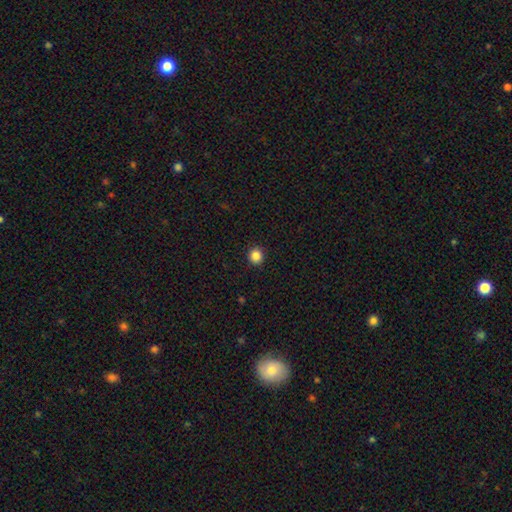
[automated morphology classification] smooth 86%, star or artifact 10%, featured or disk 3%. Down the decision tree: how rounded — round (91%); merging — none (92%).